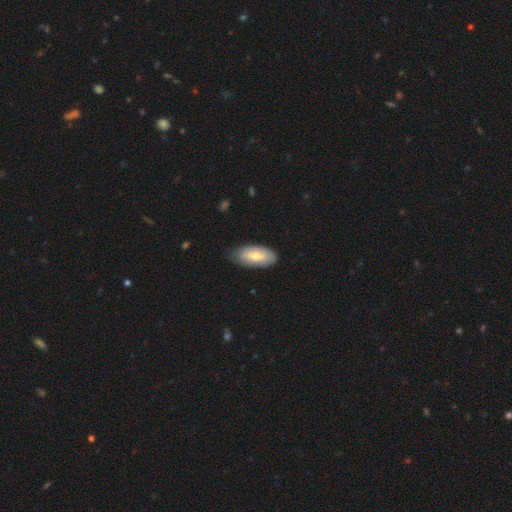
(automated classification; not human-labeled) The model was most divided on "smooth or featured": smooth: 71%, featured or disk: 24%, star or artifact: 5%. More confident: how rounded — in between (91%); merging — none (77%).